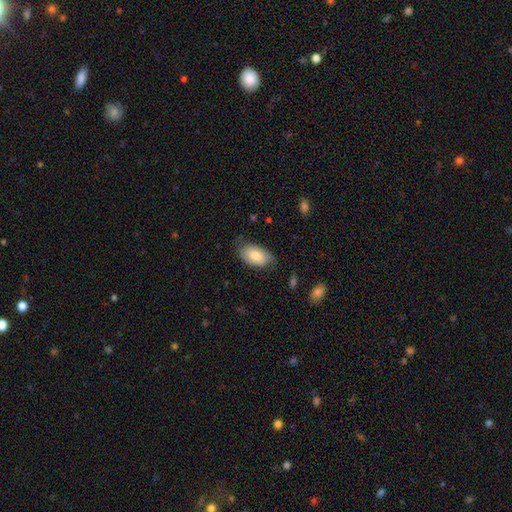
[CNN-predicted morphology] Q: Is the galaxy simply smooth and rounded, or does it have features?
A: smooth — 73%.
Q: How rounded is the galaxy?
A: in between — 94%.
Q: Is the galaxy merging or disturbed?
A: none — 66%.